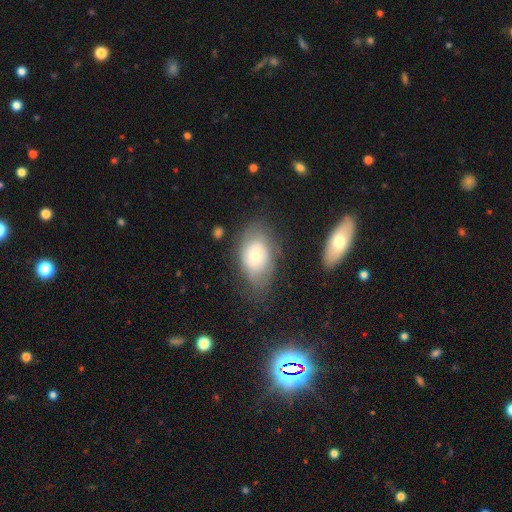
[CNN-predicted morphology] This appears to be a smooth galaxy with no disk features (62%) that is in between round and cigar-shaped (85%). Merging: none (60%).